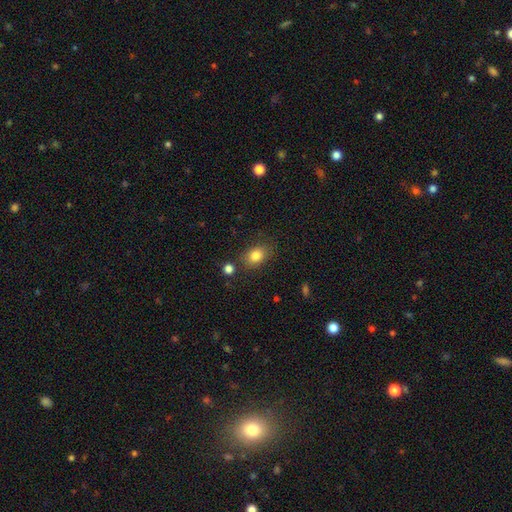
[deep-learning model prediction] smooth-or-featured: smooth: 83% | star or artifact: 10% | featured or disk: 8%
  how-rounded: in between: 70% | round: 29% | cigar-shaped: 1%
  merging: none: 78% | minor disturbance: 13% | merger: 5% | major disturbance: 4%